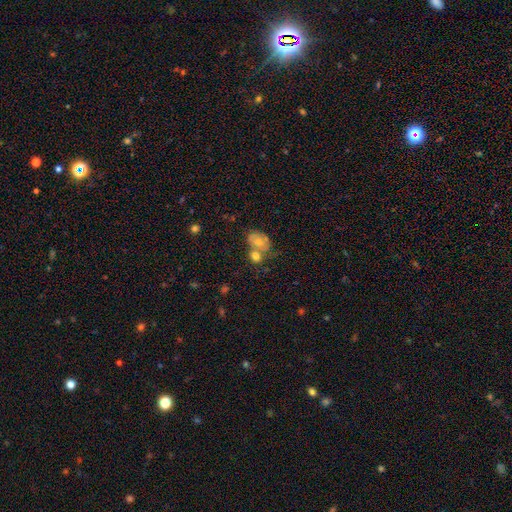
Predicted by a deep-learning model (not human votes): A smooth galaxy with no disk features (66%) that is round (58%).

Vote fractions:
- Smooth or featured? smooth: 66% / featured or disk: 24% / star or artifact: 10%
- How rounded? round: 58% / in between: 40% / cigar-shaped: 1%
- Merging? merger: 46% / none: 34% / minor disturbance: 13% / major disturbance: 7%